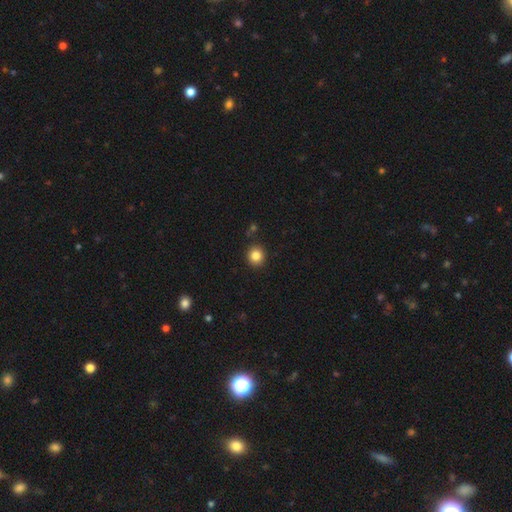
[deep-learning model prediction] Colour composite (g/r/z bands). It shows a smooth galaxy with no disk features (84%) that is round (88%). Merging: none (89%).